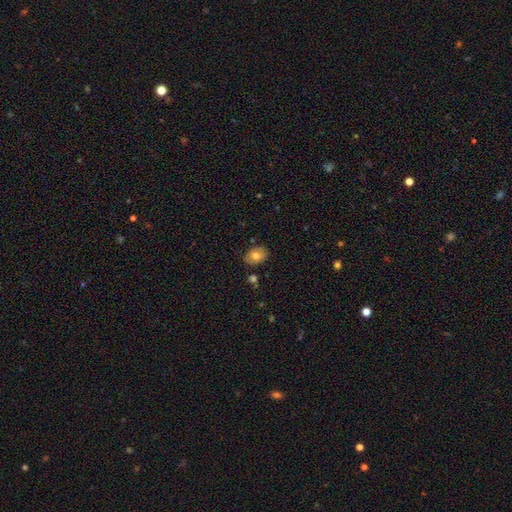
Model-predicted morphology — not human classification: Q: Smooth or featured?
A: smooth (71%); runner-up: featured or disk (20%)
Q: How rounded?
A: in between (69%); runner-up: round (30%)
Q: Merging?
A: none (82%); runner-up: minor disturbance (12%)